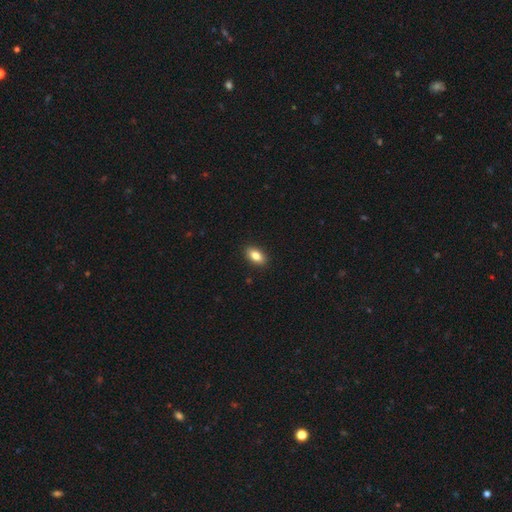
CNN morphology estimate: The model was most divided on "smooth or featured": smooth: 83%, featured or disk: 9%, star or artifact: 8%. More confident: merging — none (90%); how rounded — in between (90%).